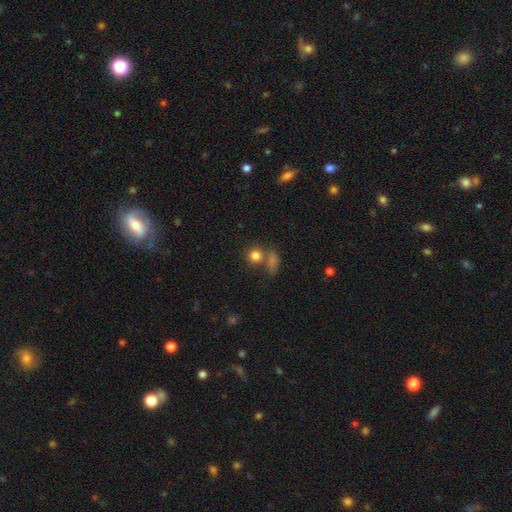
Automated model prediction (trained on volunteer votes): smooth-or-featured: smooth: 80% | star or artifact: 12% | featured or disk: 7%
  how-rounded: round: 84% | in between: 15% | cigar-shaped: 1%
  merging: none: 55% | merger: 30% | minor disturbance: 9% | major disturbance: 5%